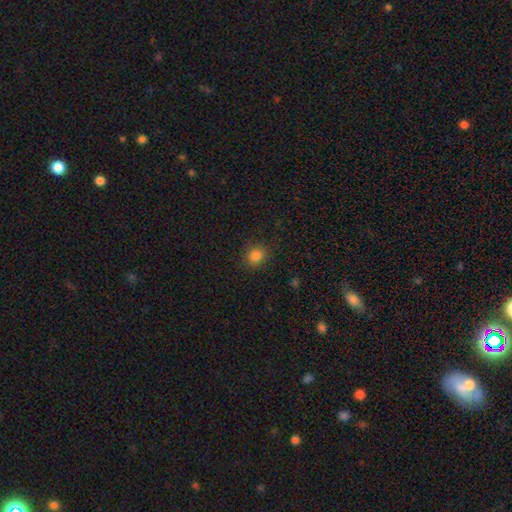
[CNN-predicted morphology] This appears to be a smooth galaxy with no disk features (83%) that is round (81%). Merging: none (87%).